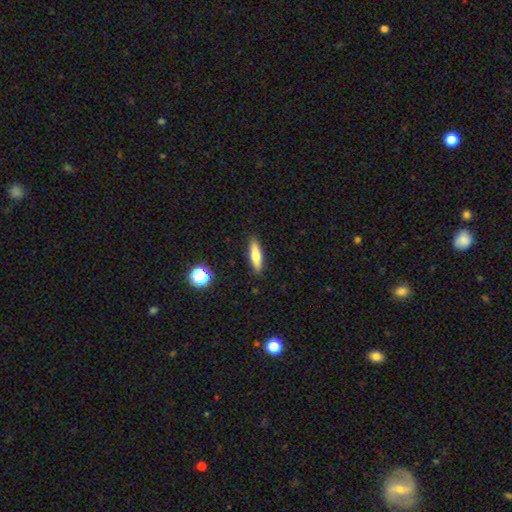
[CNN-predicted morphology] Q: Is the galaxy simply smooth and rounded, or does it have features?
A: smooth — 65%.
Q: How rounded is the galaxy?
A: cigar-shaped — 67%.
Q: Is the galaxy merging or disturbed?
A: none — 89%.